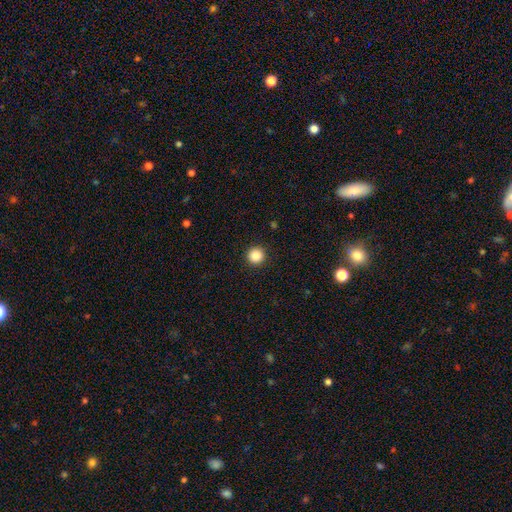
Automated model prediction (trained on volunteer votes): This is clearly a smooth galaxy (88%). How rounded: clearly round (96%). Merging: clearly none (93%).